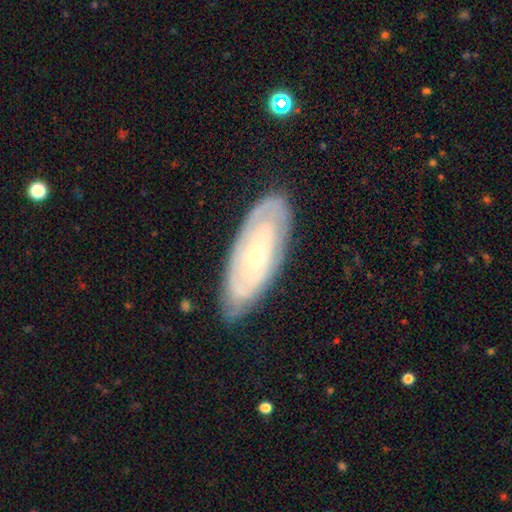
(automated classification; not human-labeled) smooth_or_featured: featured or disk (p=0.72) [alt: smooth p=0.22]
disk_edge_on: no (p=0.89) [alt: yes p=0.11]
bar: no (p=0.82) [alt: weak p=0.14]
has_spiral_arms: yes (p=0.72) [alt: no p=0.28]
bulge_size: small (p=0.69) [alt: moderate p=0.27]
merging: none (p=0.78) [alt: minor disturbance p=0.17]